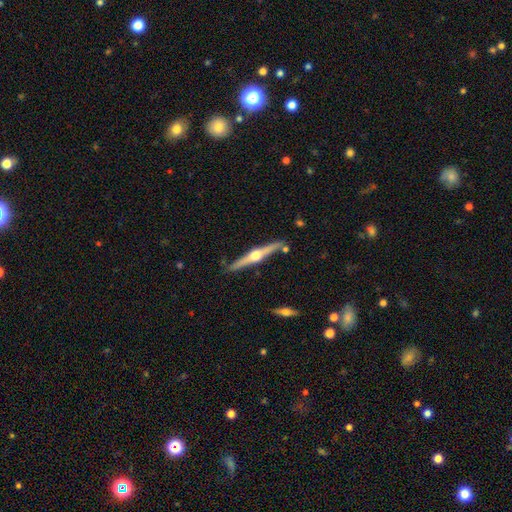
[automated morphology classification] A featured or disk galaxy (78%) viewed edge-on (98%) with a rounded central bulge (96%).

Vote fractions:
- Smooth or featured? featured or disk: 78% / smooth: 17% / star or artifact: 5%
- Edge-on disk? yes: 98% / no: 2%
- Edge-on bulge? rounded: 96% / boxy: 2% / none: 2%
- Merging? none: 84% / minor disturbance: 10% / merger: 4% / major disturbance: 2%